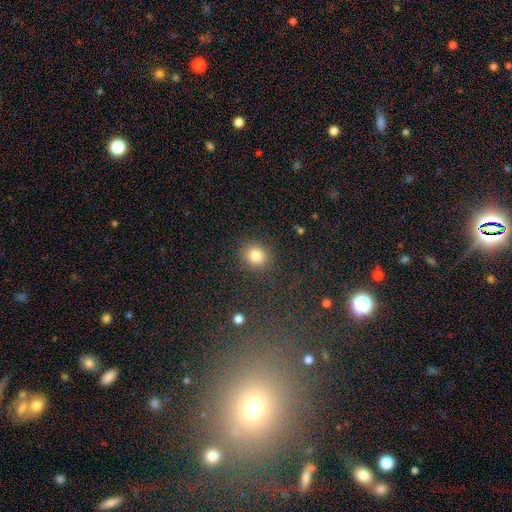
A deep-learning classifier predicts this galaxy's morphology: The model was most divided on "how rounded": round: 76%, in between: 23%, cigar-shaped: 1%. More confident: merging — none (86%); smooth or featured — smooth (82%).